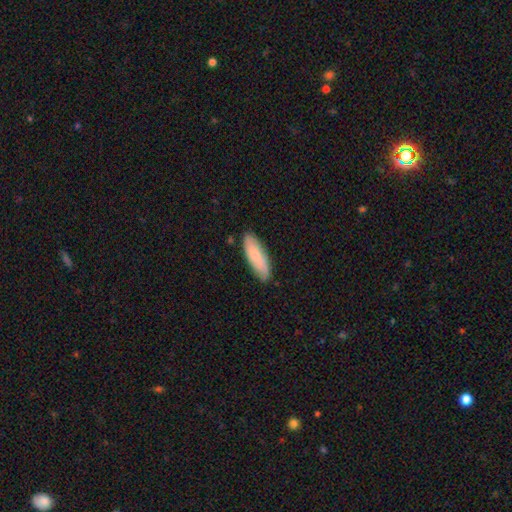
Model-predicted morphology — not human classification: smooth_or_featured: smooth (p=0.78) [alt: featured or disk p=0.17]
how_rounded: in between (p=0.59) [alt: cigar-shaped p=0.40]
merging: none (p=0.83) [alt: minor disturbance p=0.14]